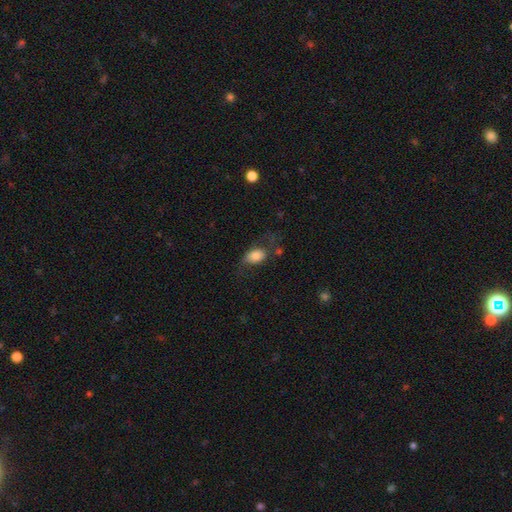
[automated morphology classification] Smooth or featured?
  - smooth: 72% *
  - featured or disk: 20%
  - star or artifact: 8%
How rounded?
  - in between: 83% *
  - round: 15%
  - cigar-shaped: 2%
Merging?
  - none: 45% *
  - major disturbance: 27%
  - minor disturbance: 25%
  - merger: 4%